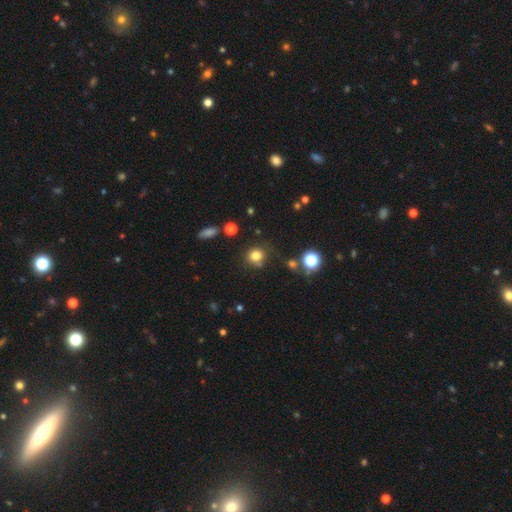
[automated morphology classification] Smooth or featured? Predicted: smooth (p=0.79). How rounded? Predicted: round (p=0.85). Merging? Predicted: none (p=0.75).